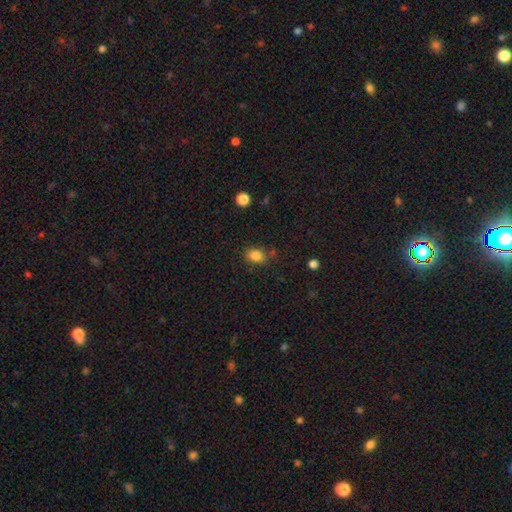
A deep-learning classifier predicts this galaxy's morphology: smooth 84%, star or artifact 10%, featured or disk 5%. Down the decision tree: how rounded — in between (68%); merging — none (75%).